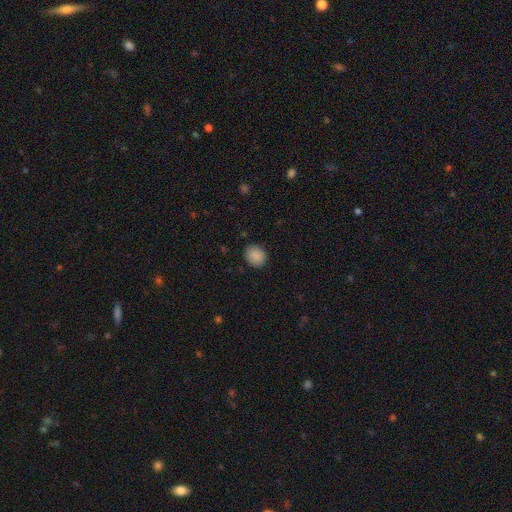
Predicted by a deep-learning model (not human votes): Smooth or featured? Predicted: smooth (p=0.88). How rounded? Predicted: round (p=0.73). Merging? Predicted: none (p=0.85).